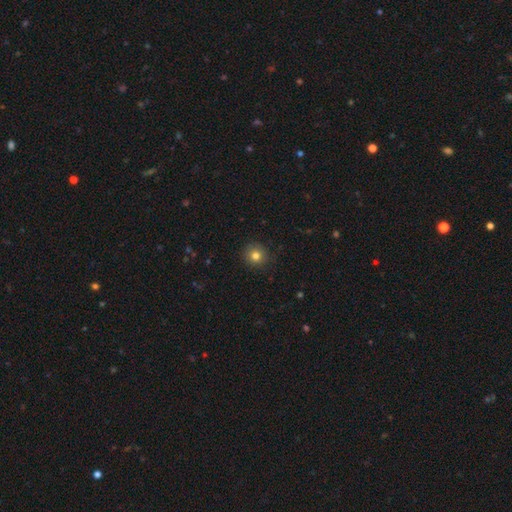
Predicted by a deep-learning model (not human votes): Smooth or featured? Predicted: smooth (p=0.80). How rounded? Predicted: round (p=0.93). Merging? Predicted: none (p=0.89).